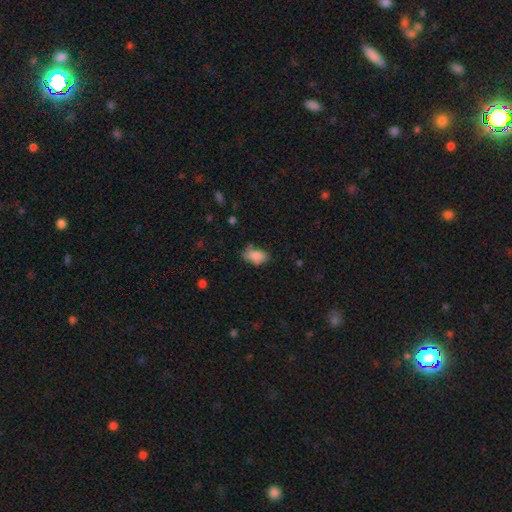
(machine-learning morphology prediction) A smooth galaxy with no disk features (86%) that is in between round and cigar-shaped (90%).

Vote fractions:
- Smooth or featured? smooth: 86% / star or artifact: 8% / featured or disk: 6%
- How rounded? in between: 90% / round: 7% / cigar-shaped: 3%
- Merging? none: 66% / minor disturbance: 25% / major disturbance: 6% / merger: 3%